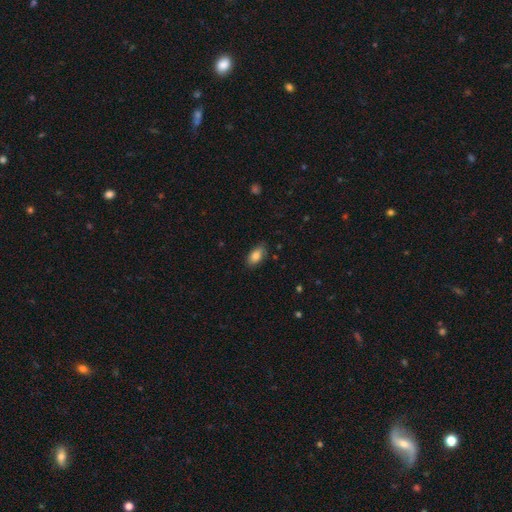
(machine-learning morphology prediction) Smooth or featured?
  - smooth: 83% *
  - featured or disk: 9%
  - star or artifact: 8%
How rounded?
  - in between: 92% *
  - round: 5%
  - cigar-shaped: 3%
Merging?
  - none: 78% *
  - minor disturbance: 17%
  - major disturbance: 3%
  - merger: 1%